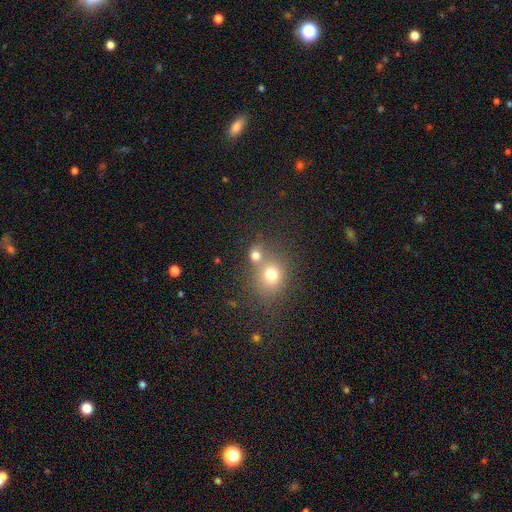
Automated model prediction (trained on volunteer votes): Overall: smooth (73%). How rounded: round (77%). Merging: none (48%; merger 40%).